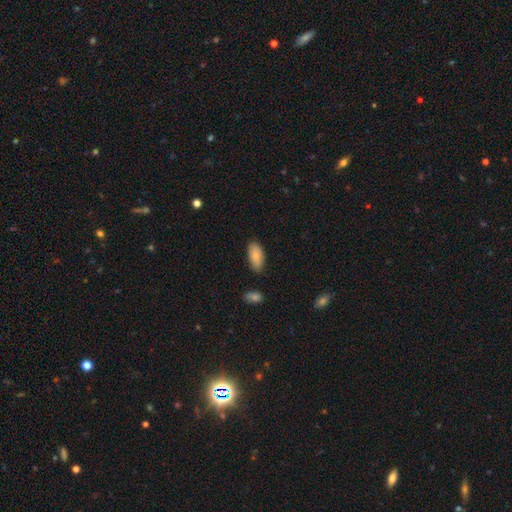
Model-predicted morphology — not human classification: type=smooth (82%); roundness=in between (93%); merging=none (79%).